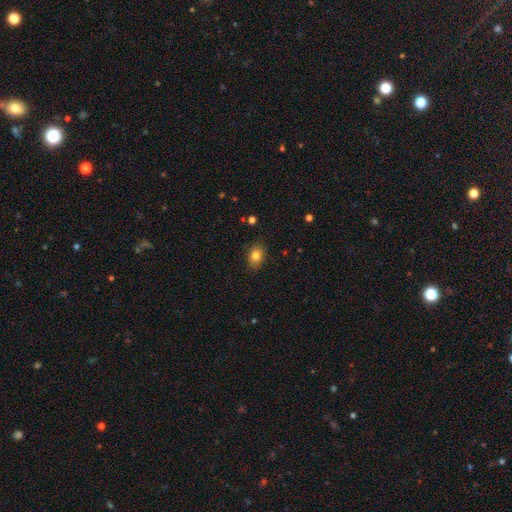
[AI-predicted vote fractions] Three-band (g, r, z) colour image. It shows a smooth galaxy with no disk features (81%) that is in between round and cigar-shaped (64%). Merging: none (87%).